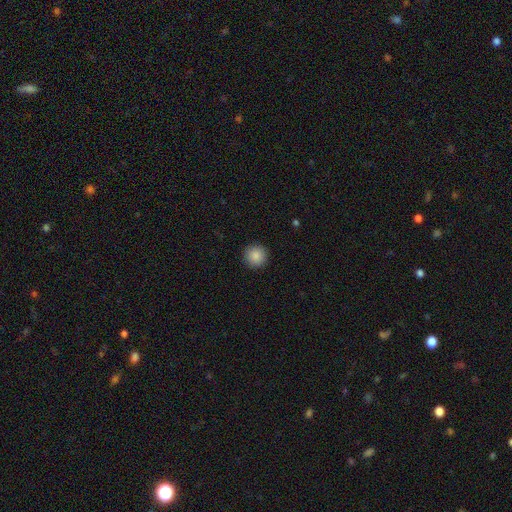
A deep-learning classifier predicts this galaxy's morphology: This is clearly a smooth galaxy (88%). How rounded: clearly round (96%). Merging: clearly none (93%).